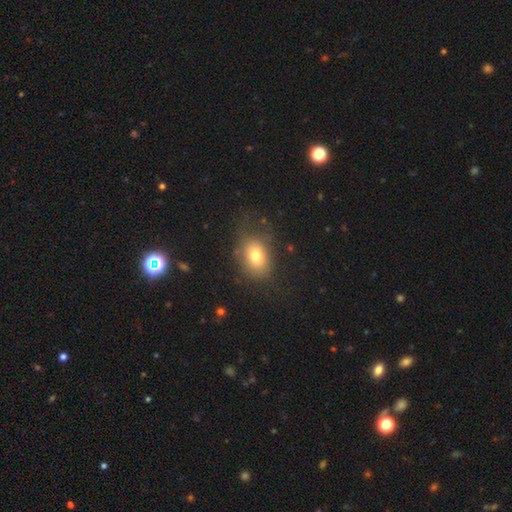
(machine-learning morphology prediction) smooth_or_featured: smooth (p=0.75) [alt: featured or disk p=0.14]
how_rounded: in between (p=0.74) [alt: round p=0.25]
merging: none (p=0.67) [alt: minor disturbance p=0.20]